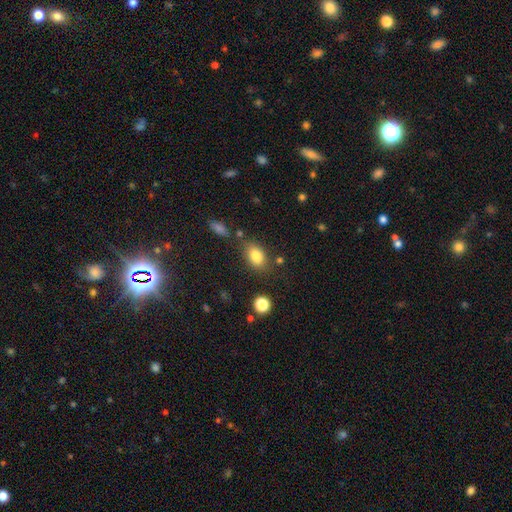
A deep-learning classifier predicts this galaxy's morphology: Q: Smooth or featured?
A: smooth (82%); runner-up: star or artifact (9%)
Q: How rounded?
A: in between (83%); runner-up: round (15%)
Q: Merging?
A: none (72%); runner-up: minor disturbance (15%)